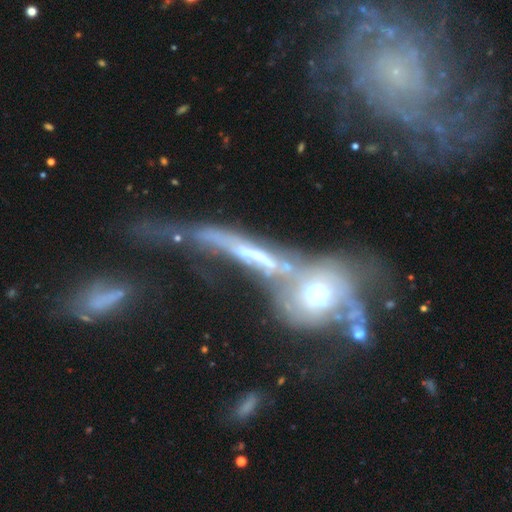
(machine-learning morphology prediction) Smooth or featured: featured or disk — 63% (smooth — 23%)
Edge-on disk: no — 53% (yes — 47%)
Merging: merger — 54% (major disturbance — 23%)